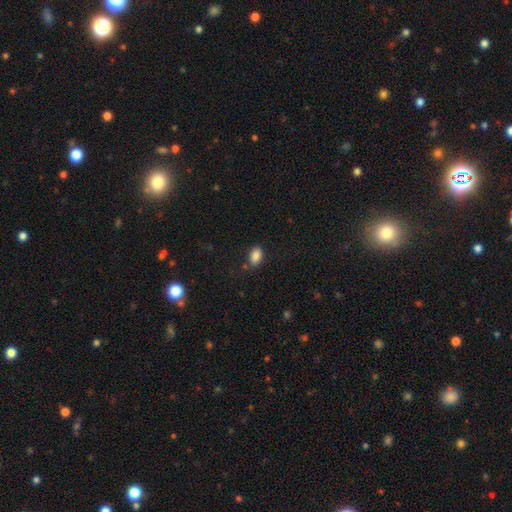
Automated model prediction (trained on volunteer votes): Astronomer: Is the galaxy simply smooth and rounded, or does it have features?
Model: smooth — 87%.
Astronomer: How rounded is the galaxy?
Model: in between — 88%.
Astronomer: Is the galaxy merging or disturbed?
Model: none — 80%.